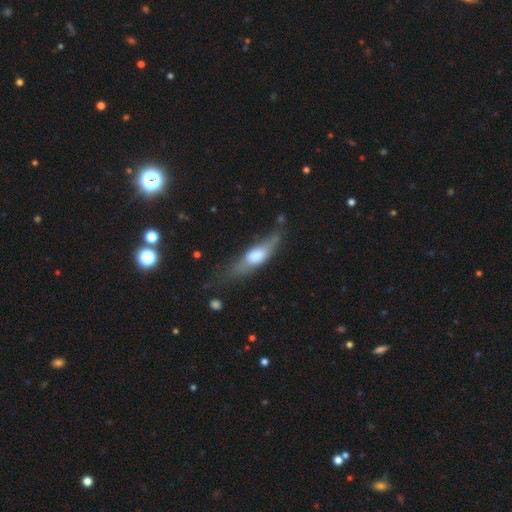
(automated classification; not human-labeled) Smooth or featured? Predicted: featured or disk (p=0.48). Merging? Predicted: none (p=0.56).